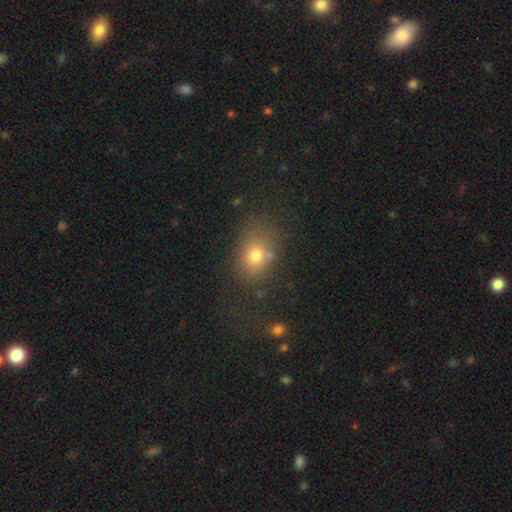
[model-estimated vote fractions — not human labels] smooth_or_featured: smooth (p=0.73) [alt: star or artifact p=0.15]
how_rounded: in between (p=0.57) [alt: round p=0.42]
merging: none (p=0.62) [alt: minor disturbance p=0.20]